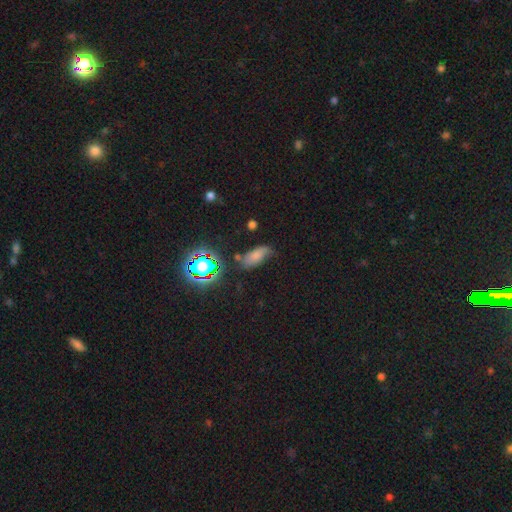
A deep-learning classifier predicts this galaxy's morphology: Smooth or featured? smooth (61%)
How rounded? in between (83%)
Merging? none (52%)